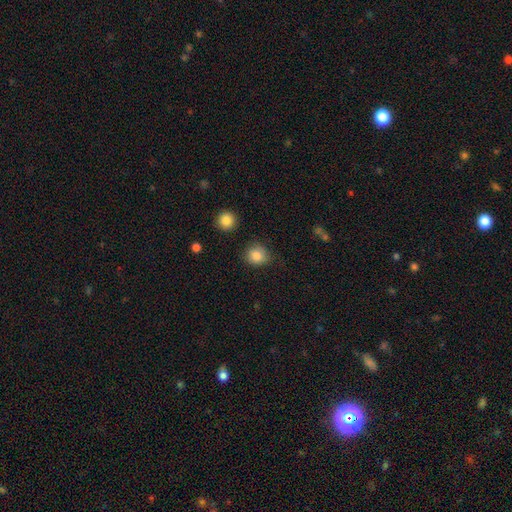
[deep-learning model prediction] Morphology: type=smooth (85%); roundness=round (86%); merging=none (79%).